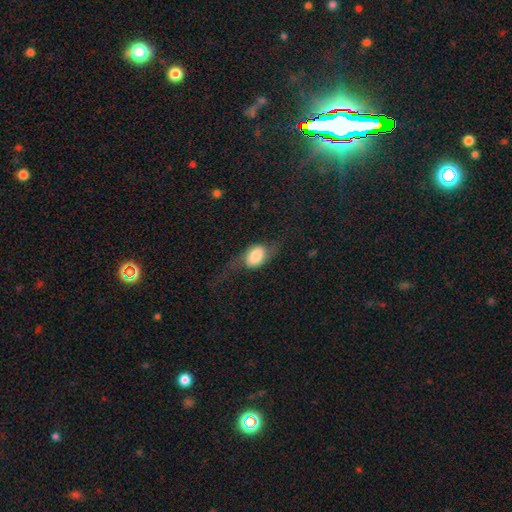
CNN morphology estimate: This is possibly a smooth galaxy (52%). How rounded: likely in between (76%). Merging: marginally none (44%).